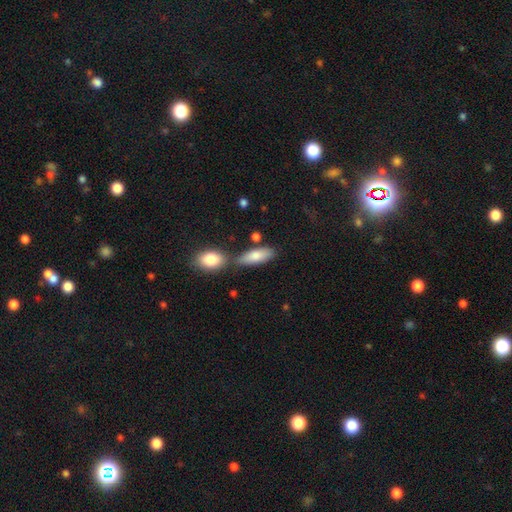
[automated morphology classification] Q: Smooth or featured?
A: smooth (79%); runner-up: featured or disk (14%)
Q: How rounded?
A: in between (70%); runner-up: cigar-shaped (27%)
Q: Merging?
A: none (62%); runner-up: merger (20%)